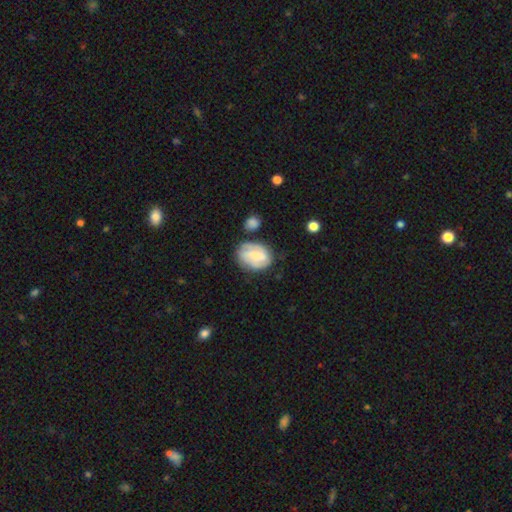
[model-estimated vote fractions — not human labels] Q: Smooth or featured?
A: featured or disk (57%); runner-up: smooth (36%)
Q: Edge-on disk?
A: no (97%); runner-up: yes (3%)
Q: Bar?
A: no (51%); runner-up: weak (40%)
Q: Spiral arms?
A: yes (84%); runner-up: no (16%)
Q: Bulge size?
A: small (49%); runner-up: moderate (35%)
Q: Merging?
A: none (63%); runner-up: minor disturbance (23%)